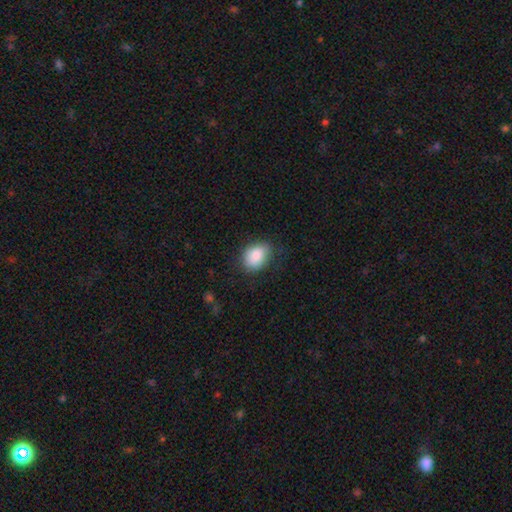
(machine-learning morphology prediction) A smooth galaxy with no disk features (87%) that is in between round and cigar-shaped (76%). Merging: none (77%).